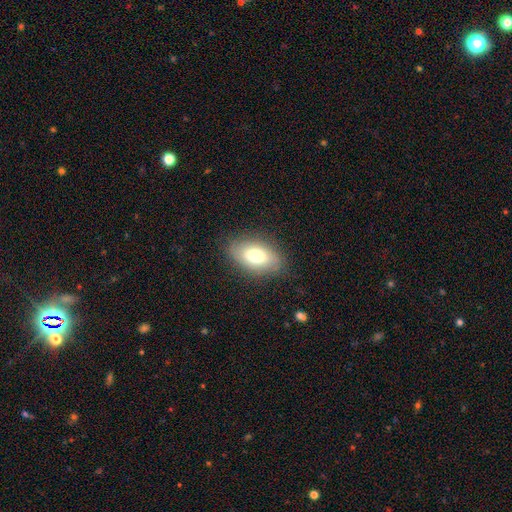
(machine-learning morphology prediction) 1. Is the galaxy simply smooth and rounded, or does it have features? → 73% smooth, 19% featured or disk, 8% star or artifact.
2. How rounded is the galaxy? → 91% in between, 6% round, 3% cigar-shaped.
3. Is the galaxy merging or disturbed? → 82% none, 13% minor disturbance, 4% major disturbance, 1% merger.